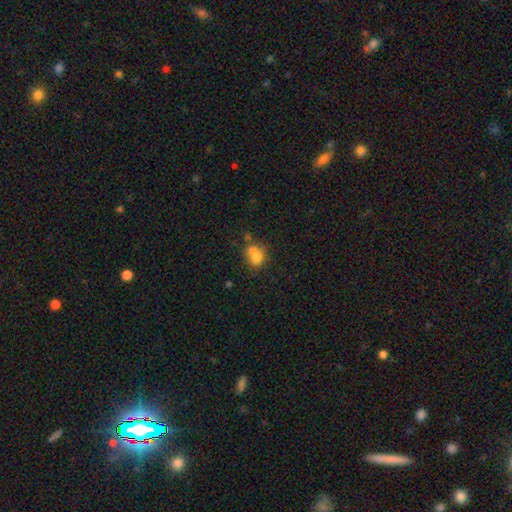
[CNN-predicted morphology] smooth-or-featured: smooth: 69% | featured or disk: 19% | star or artifact: 12%
  how-rounded: round: 62% | in between: 37% | cigar-shaped: 1%
  merging: merger: 53% | none: 30% | minor disturbance: 11% | major disturbance: 6%